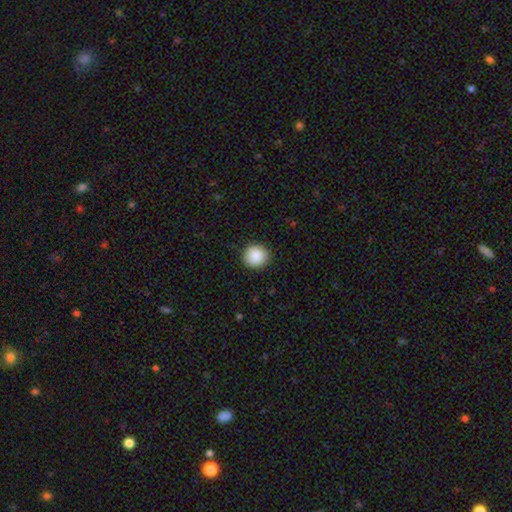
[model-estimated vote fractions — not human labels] Smooth or featured?
  - smooth: 89% *
  - star or artifact: 8%
  - featured or disk: 3%
How rounded?
  - round: 91% *
  - in between: 8%
  - cigar-shaped: 1%
Merging?
  - none: 90% *
  - minor disturbance: 7%
  - major disturbance: 2%
  - merger: 1%